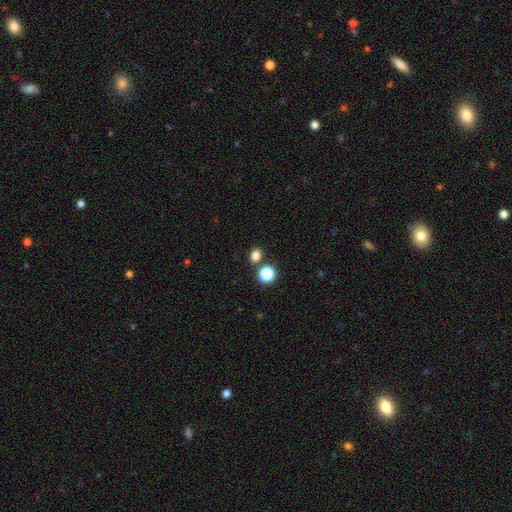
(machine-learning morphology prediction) A smooth galaxy with no disk features (79%) that is round (54%).

Vote fractions:
- Smooth or featured? smooth: 79% / star or artifact: 16% / featured or disk: 4%
- How rounded? round: 54% / in between: 45% / cigar-shaped: 1%
- Merging? none: 78% / merger: 11% / minor disturbance: 8% / major disturbance: 3%